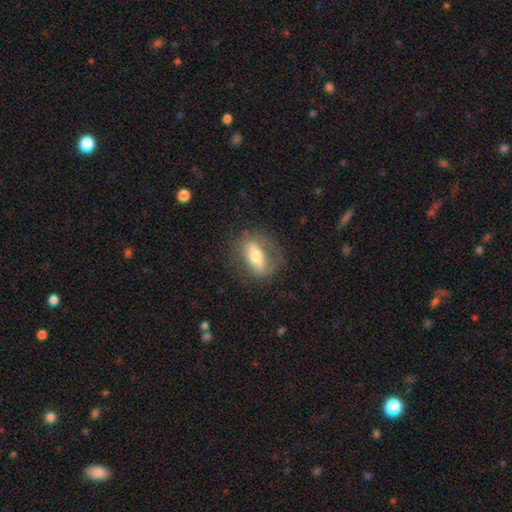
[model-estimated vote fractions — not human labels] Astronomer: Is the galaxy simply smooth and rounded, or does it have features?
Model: featured or disk — 53% (runner-up: smooth, 40%).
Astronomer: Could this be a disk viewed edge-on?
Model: no — 79%.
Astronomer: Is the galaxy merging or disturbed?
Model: none — 70%.